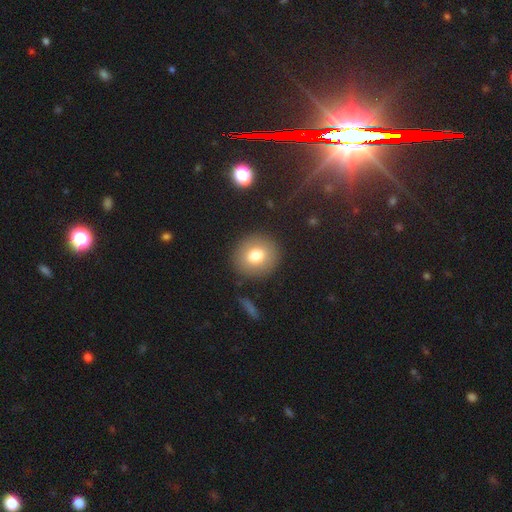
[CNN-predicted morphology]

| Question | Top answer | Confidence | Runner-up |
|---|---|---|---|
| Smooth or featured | smooth | 76% | featured or disk (14%) |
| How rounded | round | 86% | in between (13%) |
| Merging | none | 89% | minor disturbance (7%) |